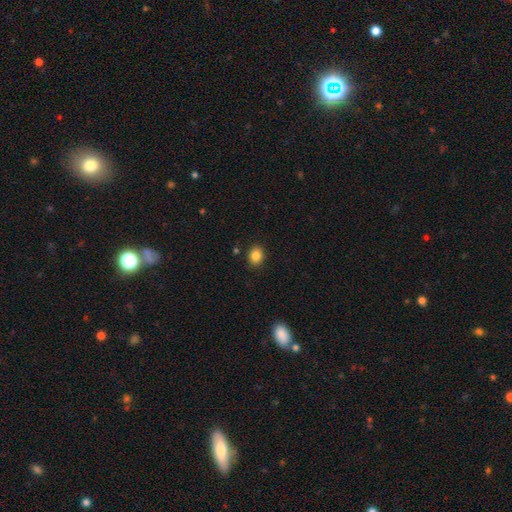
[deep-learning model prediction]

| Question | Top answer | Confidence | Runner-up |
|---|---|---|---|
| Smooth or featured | smooth | 85% | star or artifact (10%) |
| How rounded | round | 55% | in between (44%) |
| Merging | none | 88% | minor disturbance (8%) |